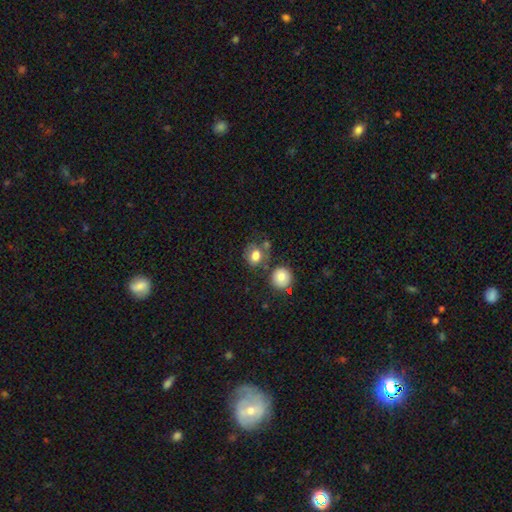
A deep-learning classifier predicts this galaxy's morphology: smooth-or-featured: smooth: 77% | featured or disk: 13% | star or artifact: 10%
  how-rounded: round: 60% | in between: 39% | cigar-shaped: 1%
  merging: none: 59% | minor disturbance: 18% | merger: 15% | major disturbance: 8%